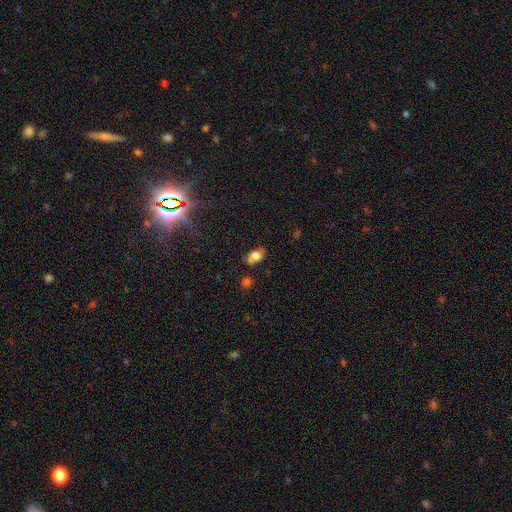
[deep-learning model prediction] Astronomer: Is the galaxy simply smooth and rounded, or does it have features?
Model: smooth — 74%.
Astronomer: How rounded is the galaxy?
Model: in between — 87%.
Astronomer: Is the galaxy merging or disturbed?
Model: none — 71%.